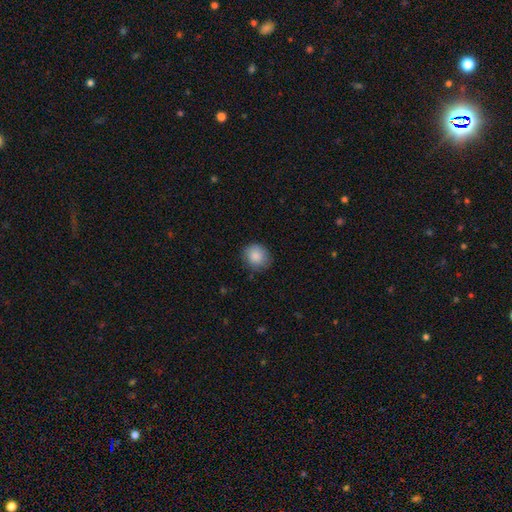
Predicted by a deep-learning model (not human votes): This appears to be a smooth galaxy with no disk features (87%) that is round (81%). Merging: none (83%).